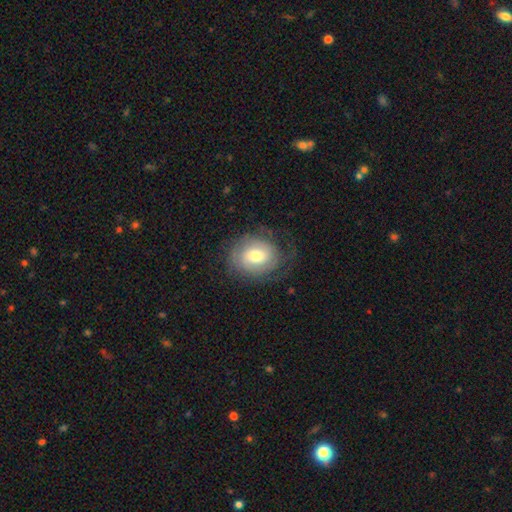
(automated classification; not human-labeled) featured or disk 51%, smooth 41%, star or artifact 8%. Down the decision tree: edge-on disk — no (96%); merging — none (67%).